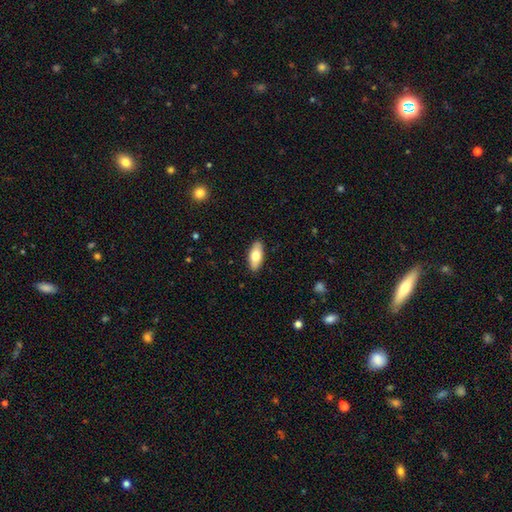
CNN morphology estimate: Smooth or featured: smooth — 71% (featured or disk — 23%)
How rounded: in between — 83% (cigar-shaped — 14%)
Merging: none — 89% (minor disturbance — 8%)